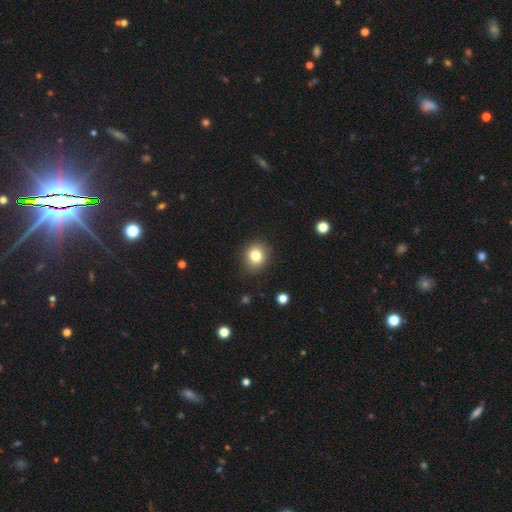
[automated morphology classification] Overall: smooth (81%). How rounded: round (76%). Merging: none (87%).